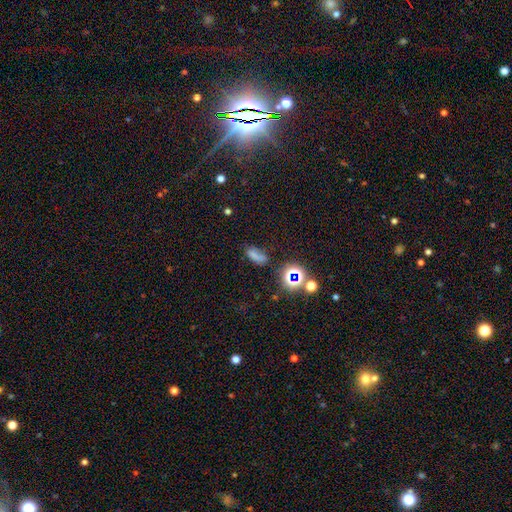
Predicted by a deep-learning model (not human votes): Smooth or featured? smooth (62%)
How rounded? in between (72%)
Merging? none (56%)